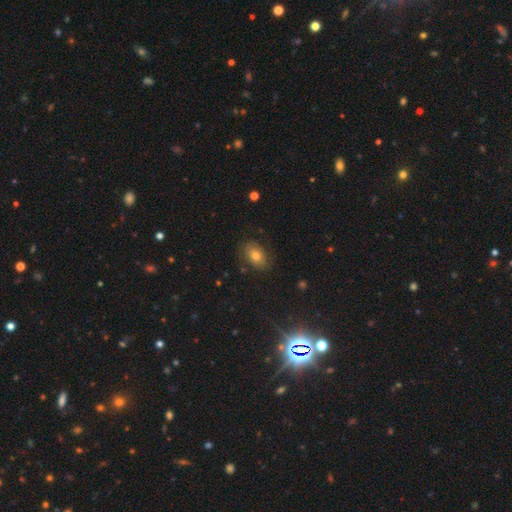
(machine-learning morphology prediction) This is likely a smooth galaxy (71%). How rounded: likely in between (79%). Merging: clearly none (82%).